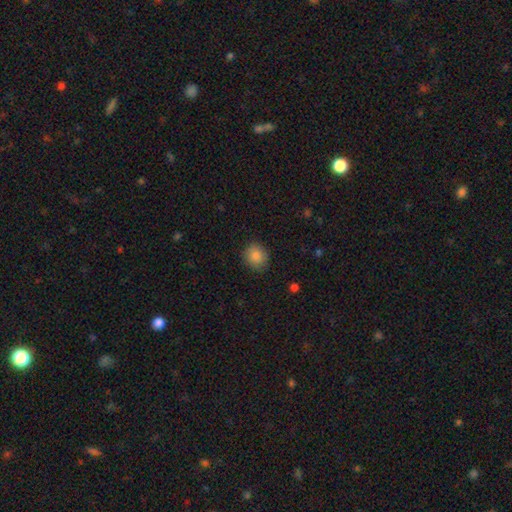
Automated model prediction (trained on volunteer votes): Overall: smooth (87%). How rounded: round (81%). Merging: none (87%).